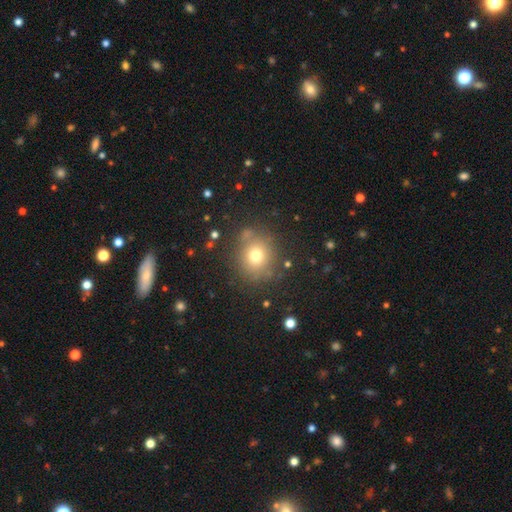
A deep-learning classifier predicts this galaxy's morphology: Smooth or featured? smooth (73%)
How rounded? round (84%)
Merging? none (80%)